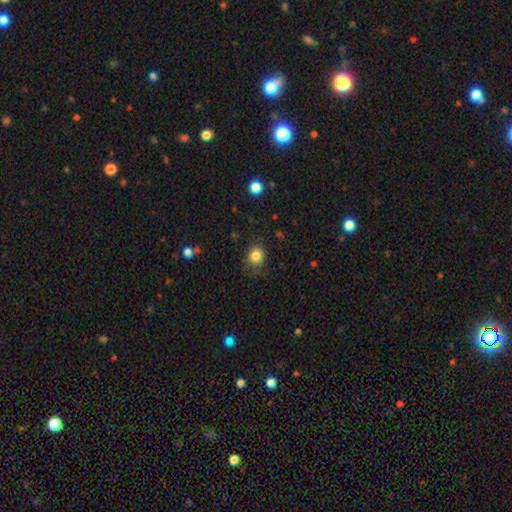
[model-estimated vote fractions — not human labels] smooth-or-featured: smooth: 84% | star or artifact: 11% | featured or disk: 5%
  how-rounded: round: 75% | in between: 24% | cigar-shaped: 1%
  merging: none: 77% | minor disturbance: 16% | major disturbance: 5% | merger: 1%